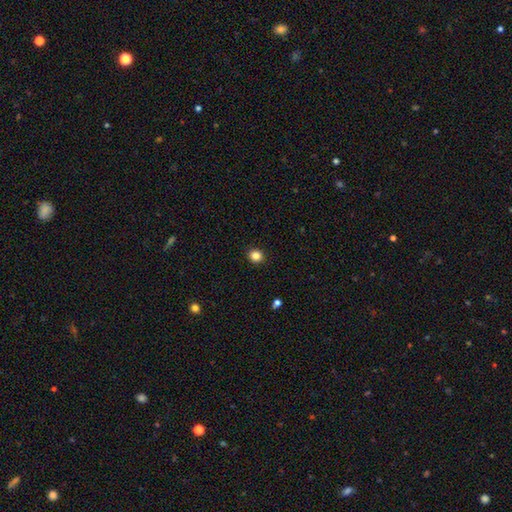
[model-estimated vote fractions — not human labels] smooth-or-featured: smooth: 84% | star or artifact: 12% | featured or disk: 4%
  how-rounded: round: 87% | in between: 12% | cigar-shaped: 1%
  merging: none: 92% | minor disturbance: 5% | major disturbance: 2% | merger: 1%